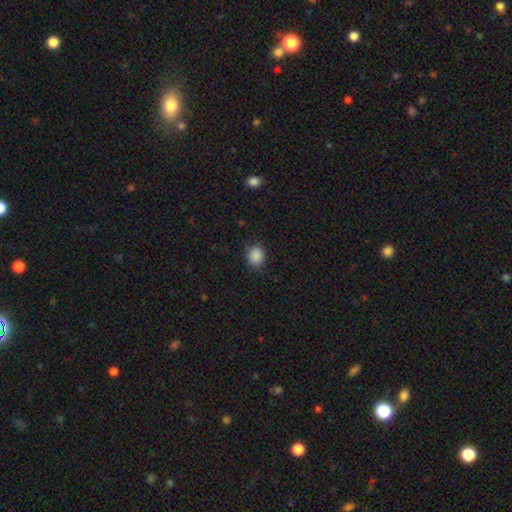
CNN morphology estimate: Smooth or featured: smooth — 88% (star or artifact — 9%)
How rounded: round — 70% (in between — 30%)
Merging: none — 84% (minor disturbance — 12%)